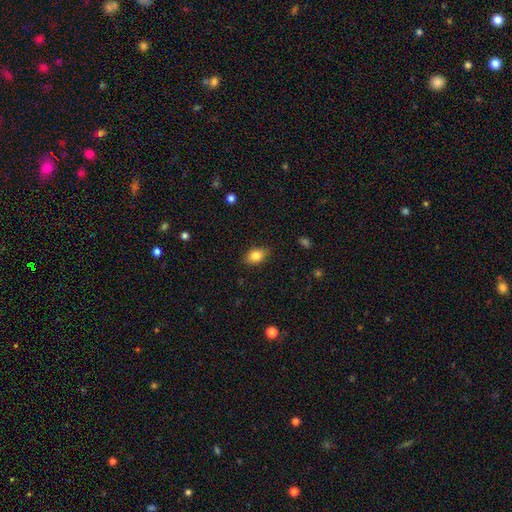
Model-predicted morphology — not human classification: smooth-or-featured: smooth: 82% | featured or disk: 9% | star or artifact: 9%
  how-rounded: in between: 79% | round: 19% | cigar-shaped: 2%
  merging: none: 83% | minor disturbance: 13% | major disturbance: 3% | merger: 1%